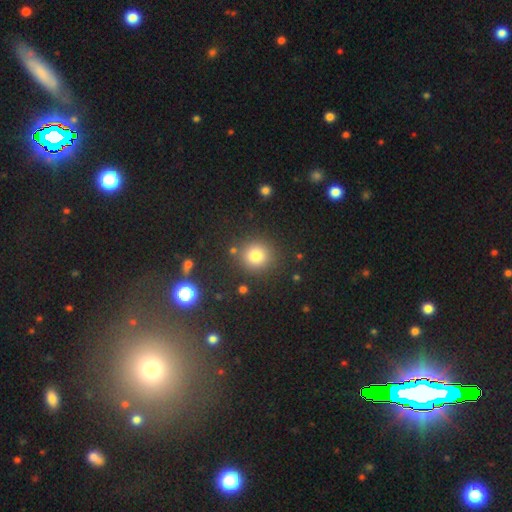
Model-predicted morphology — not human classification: Smooth or featured?
  - smooth: 79% *
  - star or artifact: 14%
  - featured or disk: 7%
How rounded?
  - round: 91% *
  - in between: 8%
  - cigar-shaped: 1%
Merging?
  - none: 86% *
  - minor disturbance: 7%
  - merger: 4%
  - major disturbance: 3%